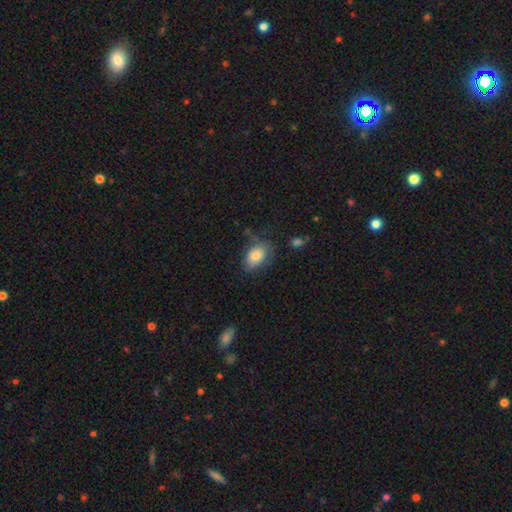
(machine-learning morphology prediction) Smooth or featured?
  - smooth: 77% *
  - featured or disk: 15%
  - star or artifact: 8%
How rounded?
  - in between: 88% *
  - round: 11%
  - cigar-shaped: 2%
Merging?
  - none: 58% *
  - minor disturbance: 27%
  - major disturbance: 12%
  - merger: 3%